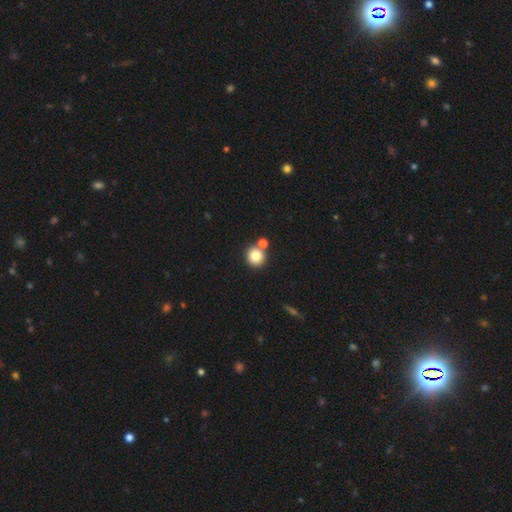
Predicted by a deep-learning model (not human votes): A smooth galaxy with no disk features (81%) that is round (91%).

Vote fractions:
- Smooth or featured? smooth: 81% / star or artifact: 11% / featured or disk: 8%
- How rounded? round: 91% / in between: 8% / cigar-shaped: 1%
- Merging? none: 68% / merger: 22% / minor disturbance: 7% / major disturbance: 2%